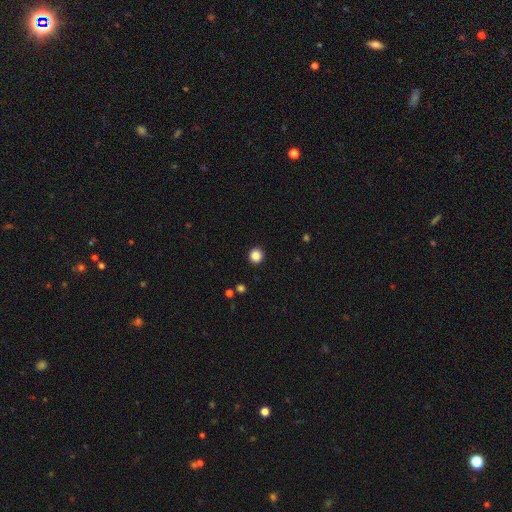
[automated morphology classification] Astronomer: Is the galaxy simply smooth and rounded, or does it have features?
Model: smooth — 87%.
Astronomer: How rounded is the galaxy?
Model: round — 91%.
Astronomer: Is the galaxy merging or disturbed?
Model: none — 92%.